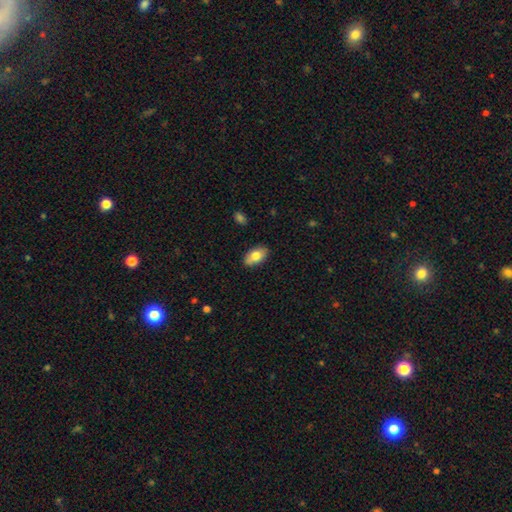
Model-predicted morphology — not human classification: Smooth or featured?
  - smooth: 76% *
  - featured or disk: 17%
  - star or artifact: 7%
How rounded?
  - in between: 92% *
  - round: 5%
  - cigar-shaped: 3%
Merging?
  - none: 84% *
  - minor disturbance: 12%
  - major disturbance: 2%
  - merger: 2%